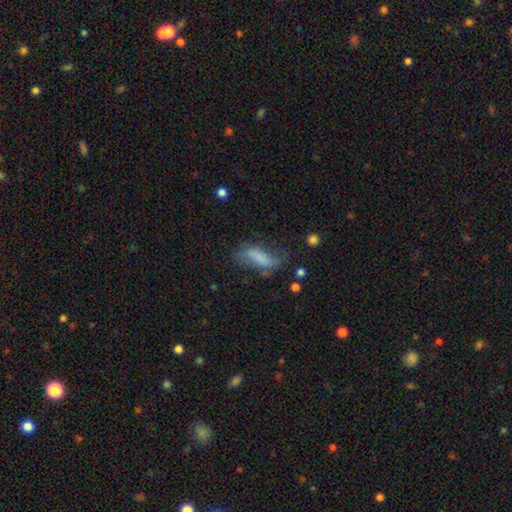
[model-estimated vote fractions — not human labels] Smooth or featured: smooth — 58% (featured or disk — 30%)
How rounded: in between — 66% (cigar-shaped — 31%)
Merging: none — 44% (minor disturbance — 29%)